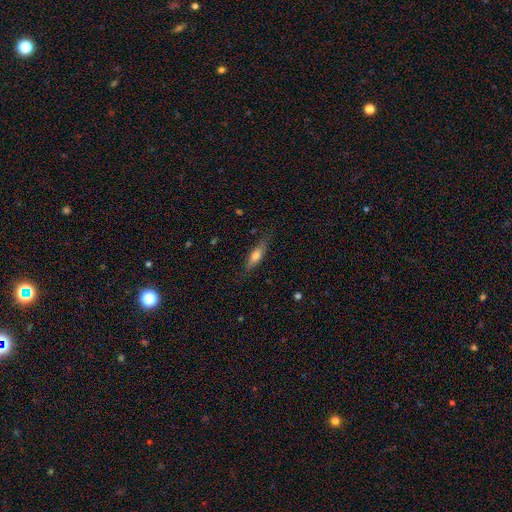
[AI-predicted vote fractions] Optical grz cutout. It shows a smooth galaxy with no disk features (63%) that is cigar-shaped (56%). Merging: none (77%).